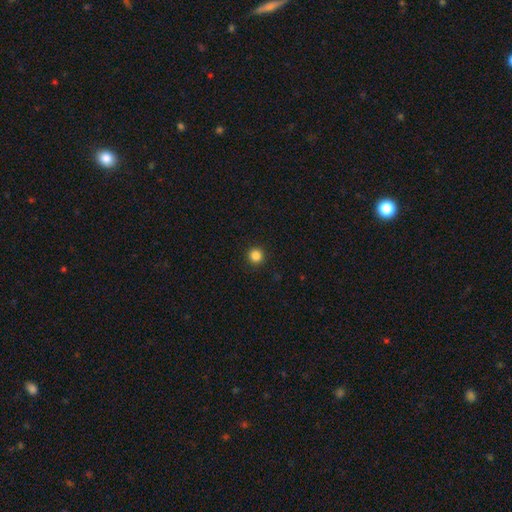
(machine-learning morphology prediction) smooth-or-featured: smooth: 85% | star or artifact: 12% | featured or disk: 3%
  how-rounded: round: 96% | in between: 3% | cigar-shaped: 1%
  merging: none: 93% | minor disturbance: 4% | major disturbance: 2% | merger: 1%